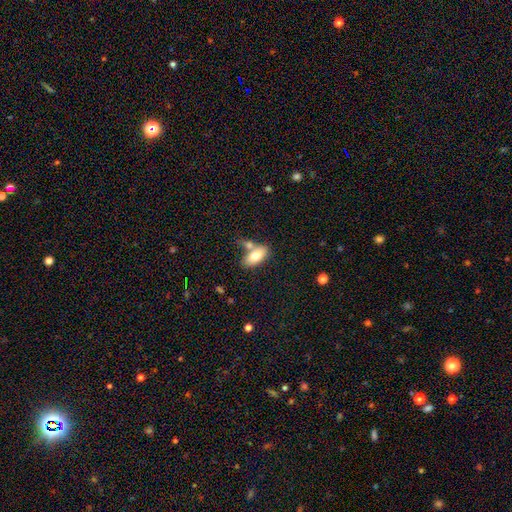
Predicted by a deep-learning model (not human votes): Q: Smooth or featured?
A: smooth (75%); runner-up: featured or disk (18%)
Q: How rounded?
A: in between (90%); runner-up: cigar-shaped (7%)
Q: Merging?
A: none (50%); runner-up: merger (31%)